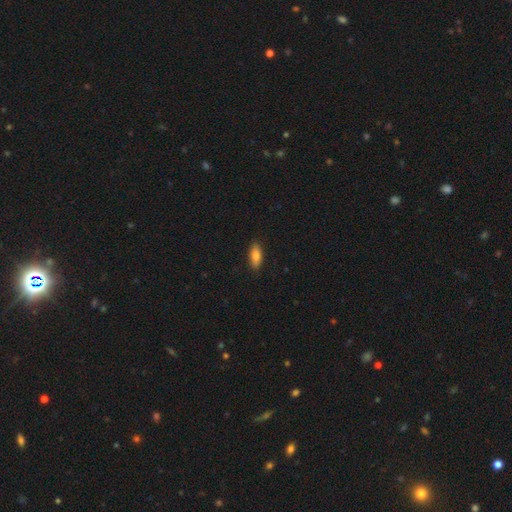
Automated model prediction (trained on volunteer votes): The model was most divided on "how rounded": in between: 77%, cigar-shaped: 20%, round: 2%. More confident: merging — none (88%); smooth or featured — smooth (82%).